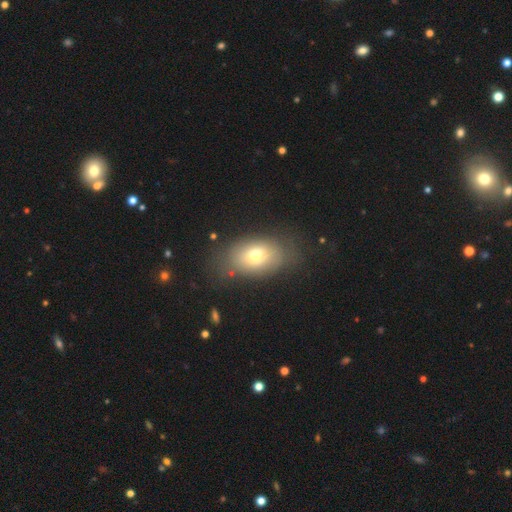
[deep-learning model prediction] Smooth or featured? smooth (70%)
How rounded? in between (82%)
Merging? none (74%)